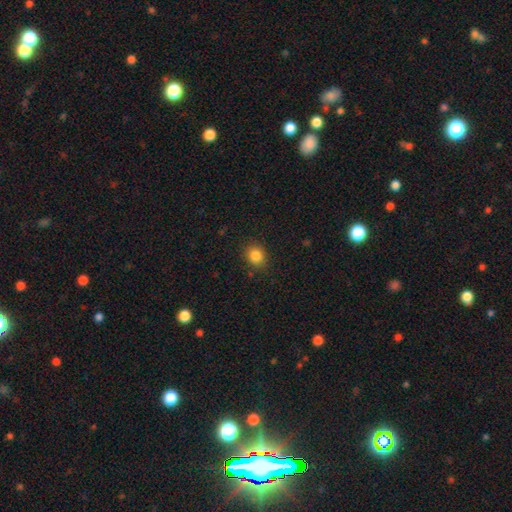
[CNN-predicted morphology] smooth-or-featured: smooth: 84% | star or artifact: 11% | featured or disk: 5%
  how-rounded: round: 69% | in between: 31% | cigar-shaped: 1%
  merging: none: 86% | minor disturbance: 10% | major disturbance: 3% | merger: 1%